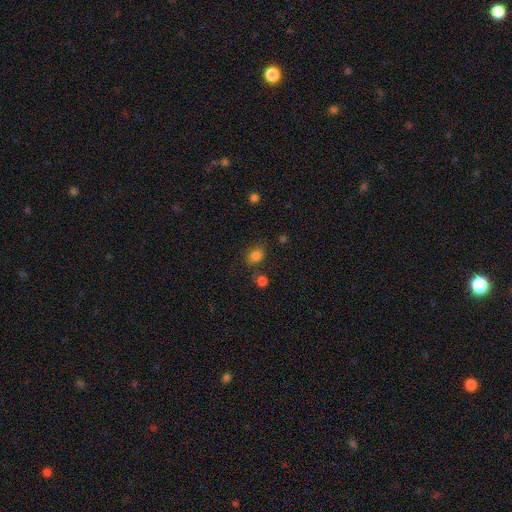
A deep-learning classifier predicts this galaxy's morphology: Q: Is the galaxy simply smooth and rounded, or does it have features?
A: smooth — 81%.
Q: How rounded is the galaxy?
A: round — 50%.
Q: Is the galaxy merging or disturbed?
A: none — 72%.